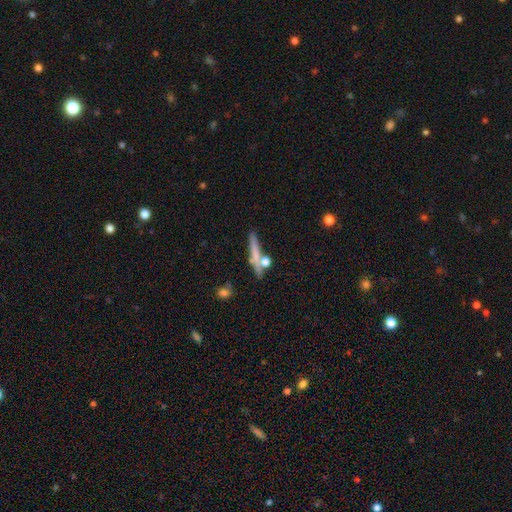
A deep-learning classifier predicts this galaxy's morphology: Smooth or featured? smooth (59%)
How rounded? cigar-shaped (85%)
Merging? none (69%)